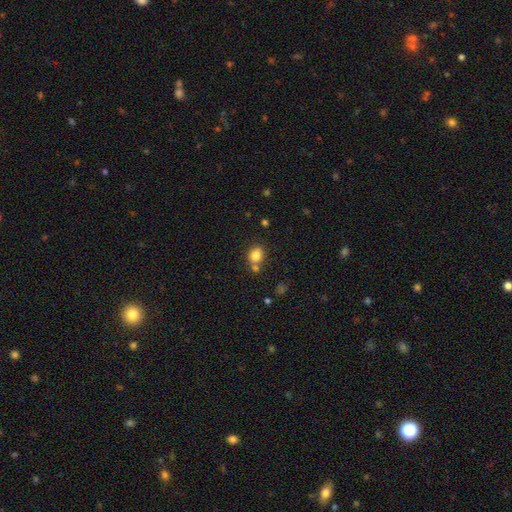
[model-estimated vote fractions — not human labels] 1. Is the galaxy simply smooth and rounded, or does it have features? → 82% smooth, 11% star or artifact, 7% featured or disk.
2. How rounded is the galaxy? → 52% round, 46% in between, 1% cigar-shaped.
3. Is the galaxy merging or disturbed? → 59% none, 25% merger, 12% minor disturbance, 4% major disturbance.